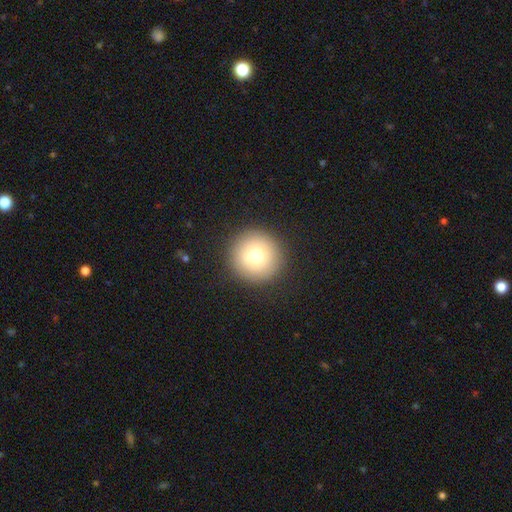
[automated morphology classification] A smooth galaxy with no disk features (76%) that is round (96%).

Vote fractions:
- Smooth or featured? smooth: 76% / featured or disk: 13% / star or artifact: 11%
- How rounded? round: 96% / in between: 3% / cigar-shaped: 1%
- Merging? none: 90% / minor disturbance: 6% / major disturbance: 3% / merger: 1%